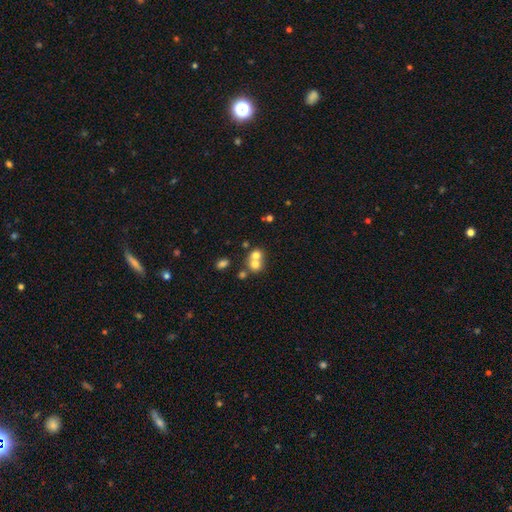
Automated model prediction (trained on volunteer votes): Morphology: type=smooth (69%); roundness=round (75%); merging=merger (64%).